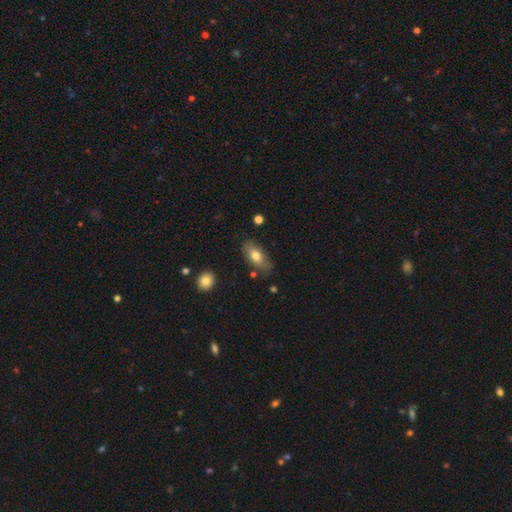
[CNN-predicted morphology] This is likely a smooth galaxy (73%). How rounded: clearly in between (88%). Merging: likely none (74%).